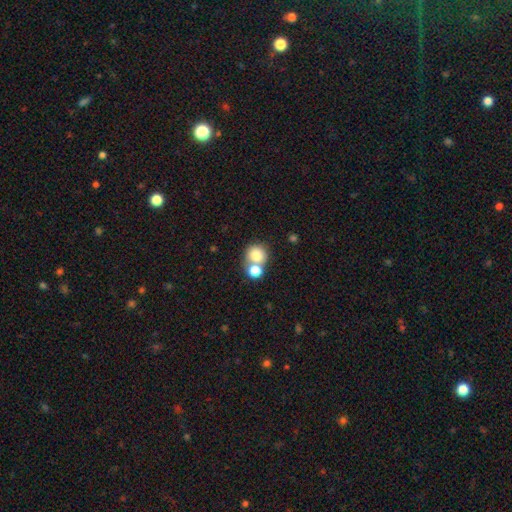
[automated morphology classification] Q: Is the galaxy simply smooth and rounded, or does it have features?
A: smooth — 79%.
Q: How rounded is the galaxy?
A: round — 86%.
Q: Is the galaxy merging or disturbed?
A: merger — 45%, tied with none.